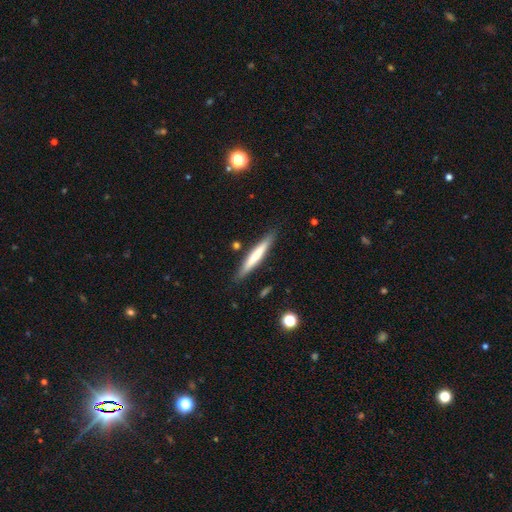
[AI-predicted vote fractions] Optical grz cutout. It shows a smooth galaxy with no disk features (61%) that is cigar-shaped (94%). Merging: none (87%).